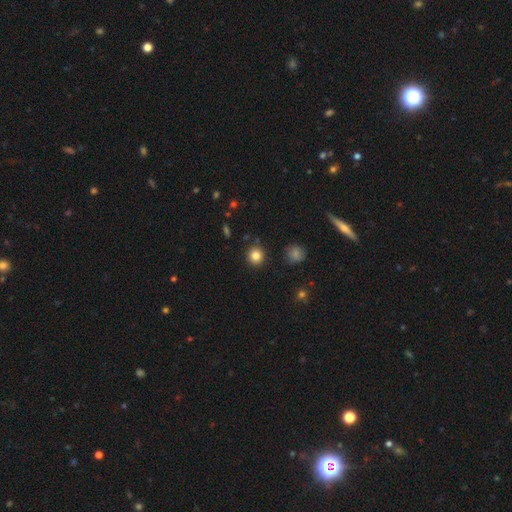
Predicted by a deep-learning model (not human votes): smooth 83%, star or artifact 11%, featured or disk 6%. Down the decision tree: how rounded — round (92%); merging — none (90%).